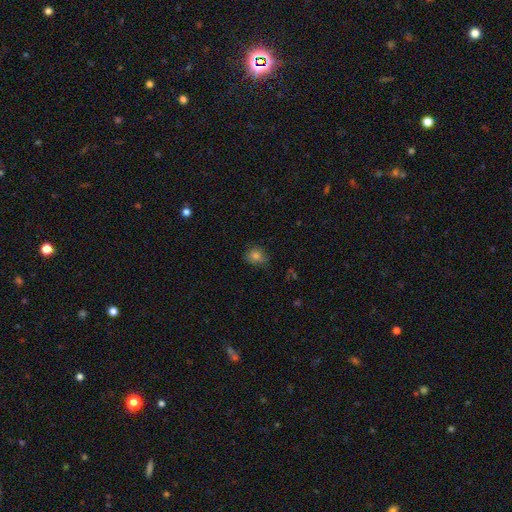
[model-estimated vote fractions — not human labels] Overall: smooth (81%). How rounded: round (65%; in between 34%). Merging: none (71%).